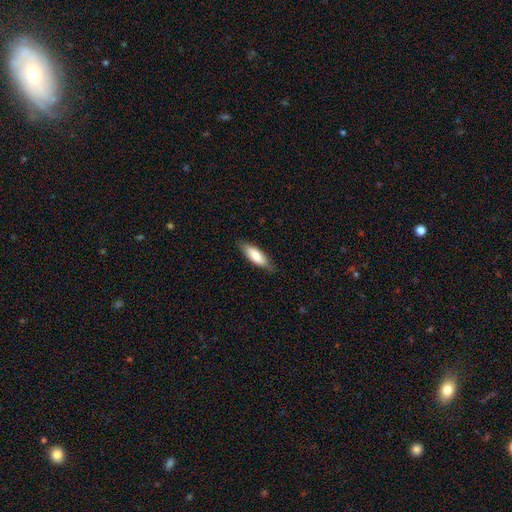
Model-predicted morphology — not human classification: type=smooth (77%); roundness=in between (59%); merging=none (79%).